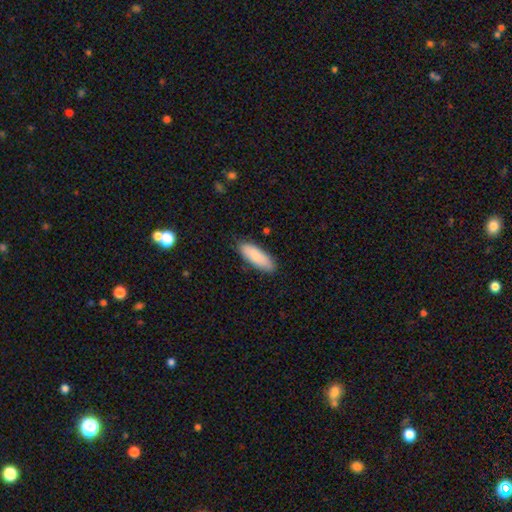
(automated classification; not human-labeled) Q: Smooth or featured?
A: smooth (84%); runner-up: featured or disk (10%)
Q: How rounded?
A: in between (67%); runner-up: cigar-shaped (31%)
Q: Merging?
A: none (84%); runner-up: minor disturbance (12%)